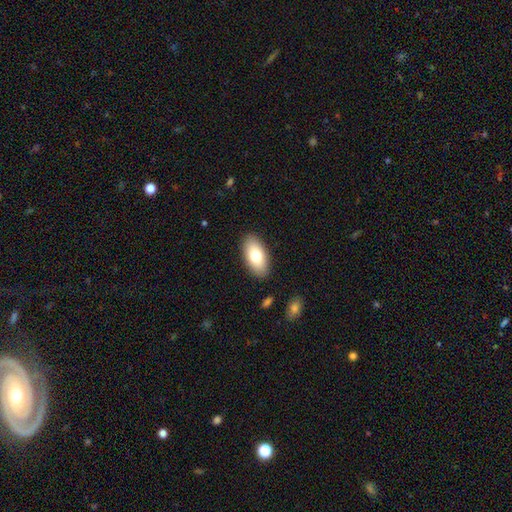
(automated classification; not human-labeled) smooth_or_featured: smooth (p=0.75) [alt: featured or disk p=0.19]
how_rounded: in between (p=0.93) [alt: cigar-shaped p=0.04]
merging: none (p=0.88) [alt: minor disturbance p=0.08]